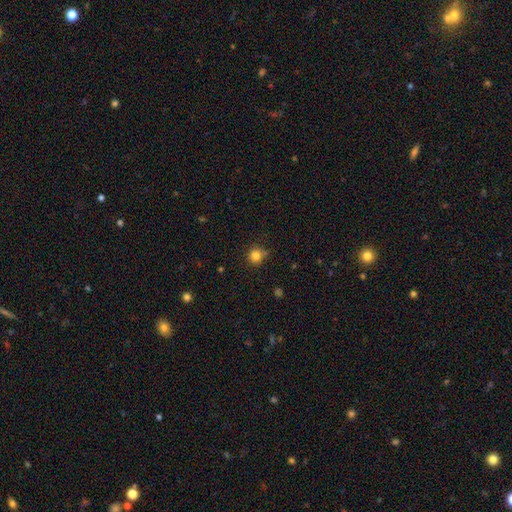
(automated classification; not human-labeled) Smooth or featured? Predicted: smooth (p=0.82). How rounded? Predicted: round (p=0.91). Merging? Predicted: none (p=0.77).